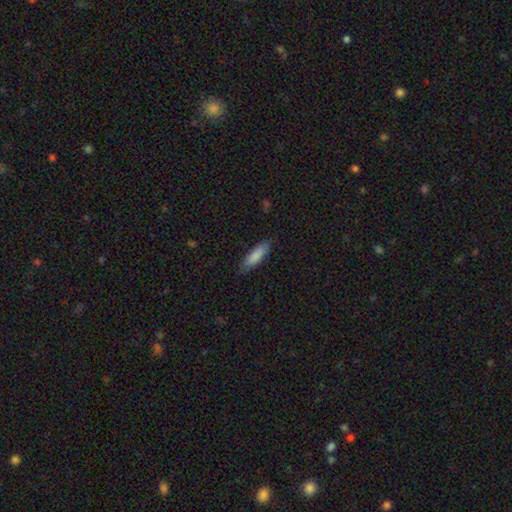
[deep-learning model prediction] This is clearly a smooth galaxy (85%). How rounded: possibly cigar-shaped (59%). Merging: clearly none (83%).